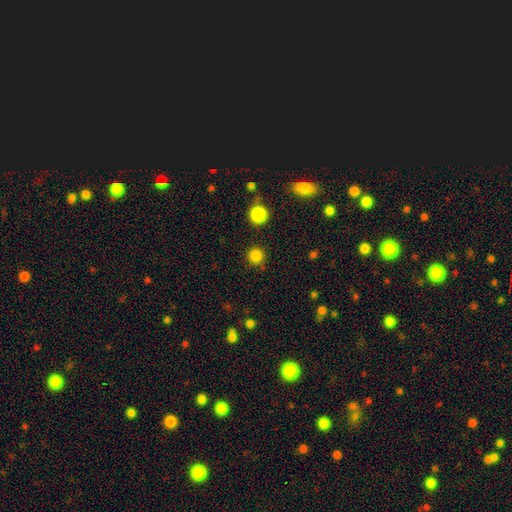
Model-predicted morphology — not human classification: Overall: smooth (83%). How rounded: round (95%). Merging: none (88%).